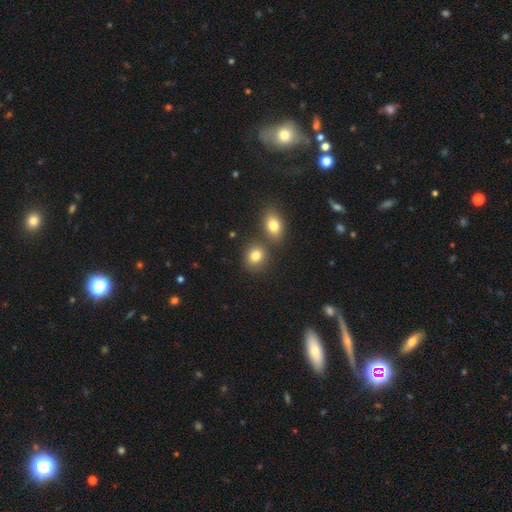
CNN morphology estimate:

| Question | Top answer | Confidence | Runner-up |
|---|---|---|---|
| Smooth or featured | smooth | 82% | star or artifact (11%) |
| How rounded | round | 69% | in between (30%) |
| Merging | none | 67% | merger (21%) |